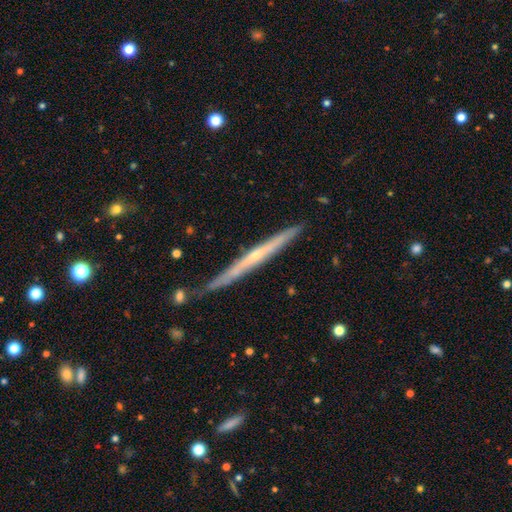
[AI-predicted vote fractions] A featured or disk galaxy (70%) viewed edge-on (96%) with no central bulge (53%).

Vote fractions:
- Smooth or featured? featured or disk: 70% / smooth: 24% / star or artifact: 6%
- Edge-on disk? yes: 96% / no: 4%
- Edge-on bulge? none: 53% / rounded: 43% / boxy: 3%
- Merging? none: 79% / minor disturbance: 15% / merger: 3% / major disturbance: 2%